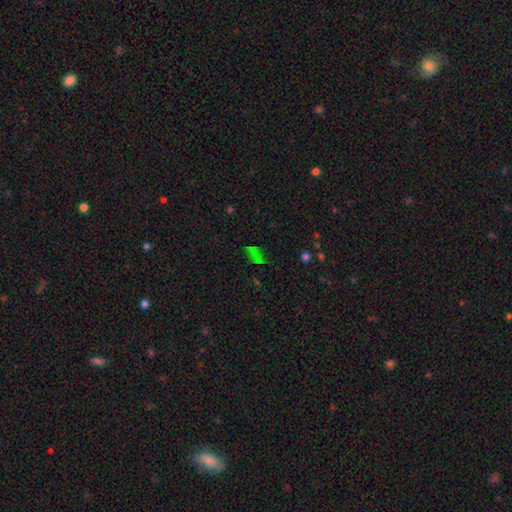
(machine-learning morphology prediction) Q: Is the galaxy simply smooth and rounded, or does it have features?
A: star or artifact — 54%.